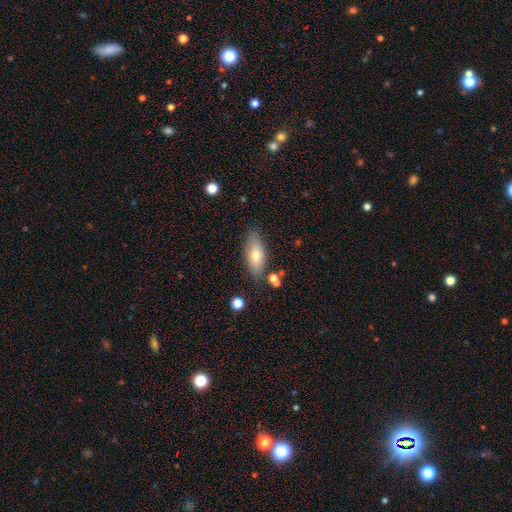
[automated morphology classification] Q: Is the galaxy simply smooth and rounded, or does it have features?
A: smooth — 72%.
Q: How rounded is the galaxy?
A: in between — 82%.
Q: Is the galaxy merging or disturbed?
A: none — 79%.